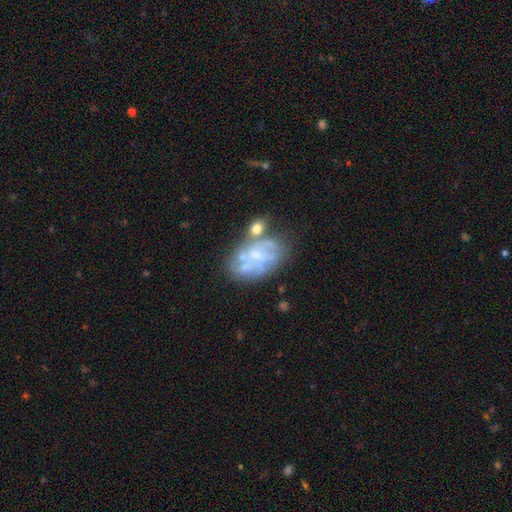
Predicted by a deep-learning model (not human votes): smooth-or-featured: featured or disk: 68% | smooth: 21% | star or artifact: 11%
  disk-edge-on: no: 97% | yes: 3%
    bar: no: 72% | weak: 23% | strong: 5%
    has-spiral-arms: yes: 59% | no: 41%
    bulge-size: small: 52% | none: 25% | moderate: 20% | large: 2% | dominant: 1%
  merging: none: 48% | minor disturbance: 21% | merger: 16% | major disturbance: 14%